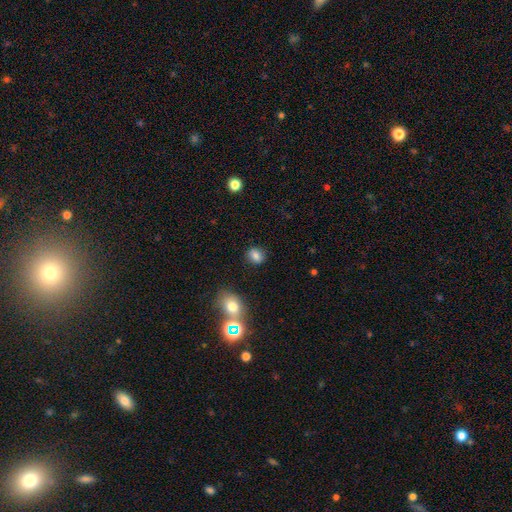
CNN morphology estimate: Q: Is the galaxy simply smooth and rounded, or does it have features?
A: smooth — 80%.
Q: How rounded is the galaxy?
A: in between — 51%.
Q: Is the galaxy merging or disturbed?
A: none — 82%.